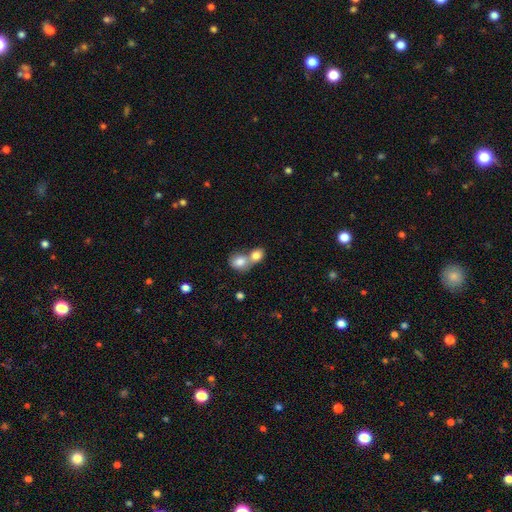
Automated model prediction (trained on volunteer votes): smooth 81%, featured or disk 11%, star or artifact 9%. Down the decision tree: how rounded — round (60%); merging — merger (69%).